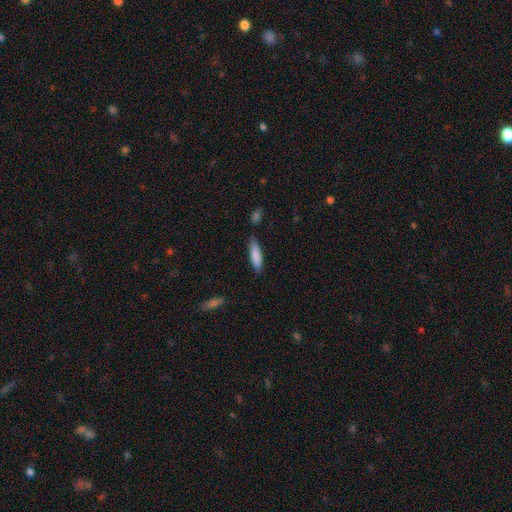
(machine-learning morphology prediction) This is clearly a smooth galaxy (85%). How rounded: likely cigar-shaped (68%). Merging: likely none (79%).